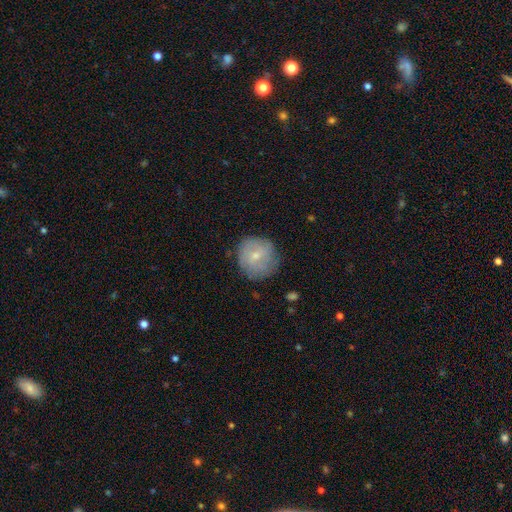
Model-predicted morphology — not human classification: This is likely a smooth galaxy (60%). How rounded: clearly round (90%). Merging: likely none (74%).